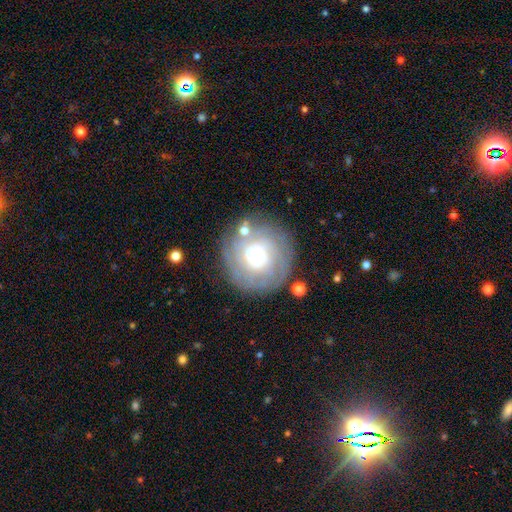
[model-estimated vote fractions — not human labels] This is likely a featured or disk galaxy (70%). It is clearly not viewed edge-on (97%). Bar: likely no (64%). Spiral arm pattern: clearly yes (85%). Spiral arm count: possibly can't tell (47%). Spiral winding: likely tight (73%). Central bulge: possibly small (48%). Merging: likely none (79%).